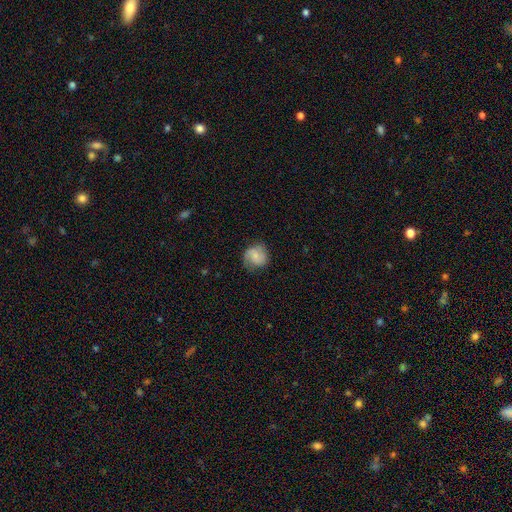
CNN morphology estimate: This appears to be a smooth galaxy with no disk features (58%) that is round (82%). Merging: none (71%).